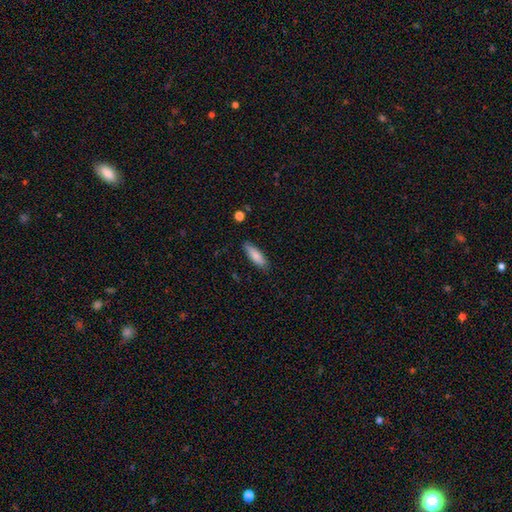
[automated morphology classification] The model was most divided on "how rounded": cigar-shaped: 52%, in between: 47%, round: 2%. More confident: merging — none (85%); smooth or featured — smooth (84%).